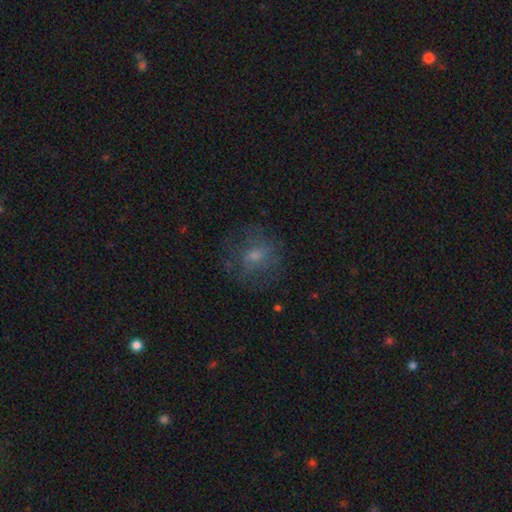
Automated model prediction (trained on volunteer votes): Q: Smooth or featured?
A: smooth (53%); runner-up: featured or disk (32%)
Q: How rounded?
A: round (63%); runner-up: in between (35%)
Q: Merging?
A: none (65%); runner-up: minor disturbance (17%)